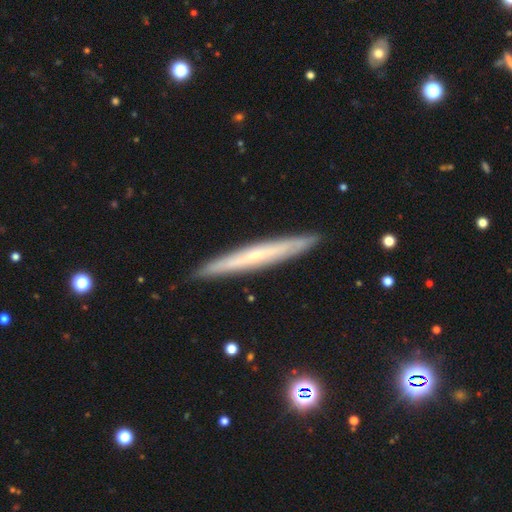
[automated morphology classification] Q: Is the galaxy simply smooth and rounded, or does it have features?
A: featured or disk — 58%.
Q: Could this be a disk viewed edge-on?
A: yes — 93%.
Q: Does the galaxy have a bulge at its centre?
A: none — 64%.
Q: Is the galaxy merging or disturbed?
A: none — 91%.